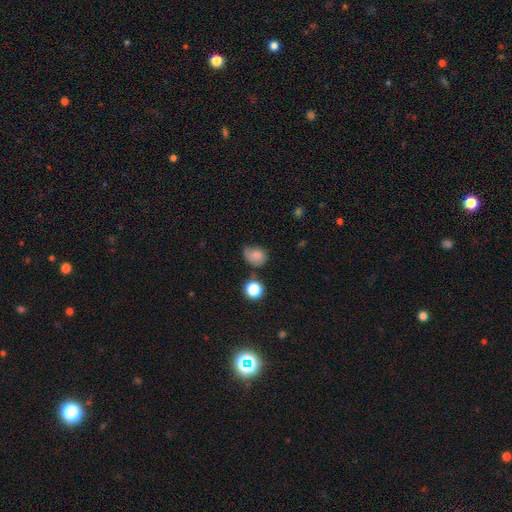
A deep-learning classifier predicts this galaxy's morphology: Smooth or featured? smooth (78%)
How rounded? in between (57%)
Merging? none (52%)